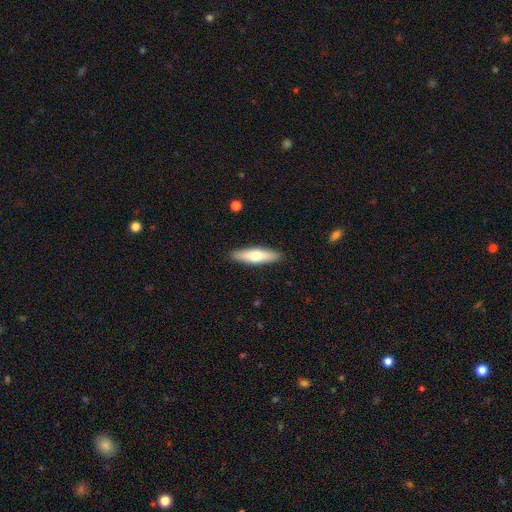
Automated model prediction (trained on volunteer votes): smooth-or-featured: smooth: 63% | featured or disk: 31% | star or artifact: 5%
  how-rounded: cigar-shaped: 71% | in between: 28% | round: 2%
  merging: none: 90% | minor disturbance: 7% | major disturbance: 2% | merger: 1%